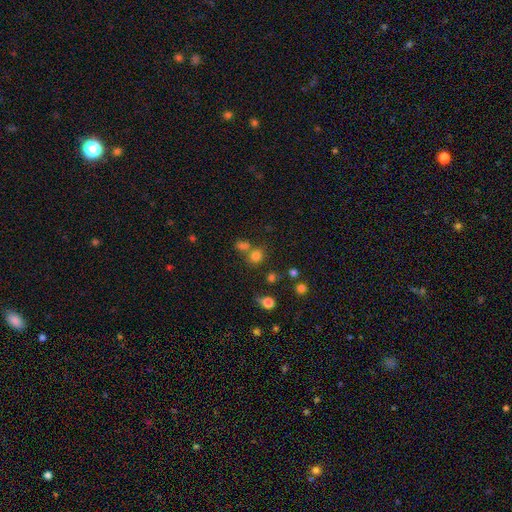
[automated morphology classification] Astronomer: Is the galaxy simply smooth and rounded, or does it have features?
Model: smooth — 75%.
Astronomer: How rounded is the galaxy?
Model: round — 82%.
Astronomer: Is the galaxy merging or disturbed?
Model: none — 61%.